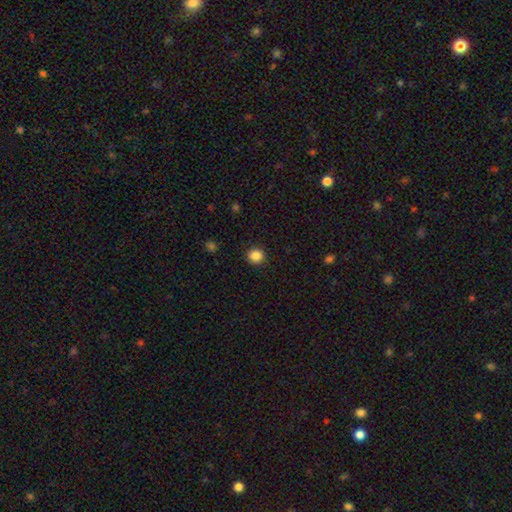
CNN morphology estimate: This is clearly a smooth galaxy (87%). How rounded: clearly round (88%). Merging: clearly none (91%).